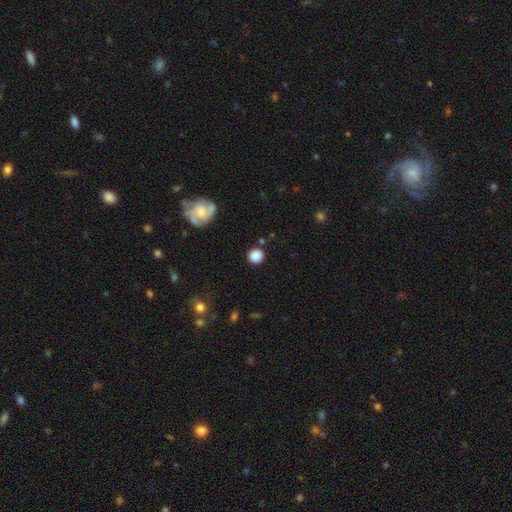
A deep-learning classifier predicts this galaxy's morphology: type=smooth (83%); roundness=round (92%); merging=none (85%).